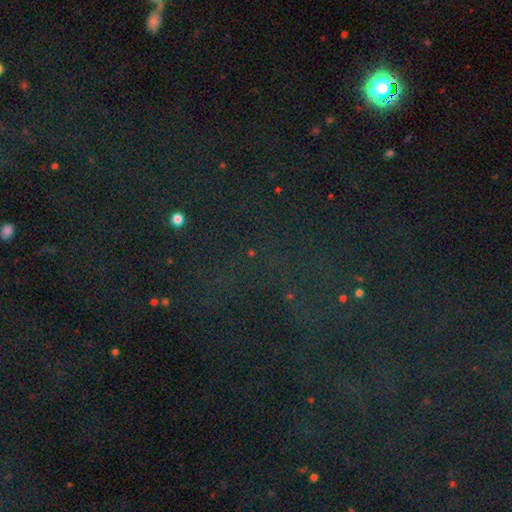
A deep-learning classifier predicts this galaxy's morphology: A star or artifact, not a galaxy (79%).